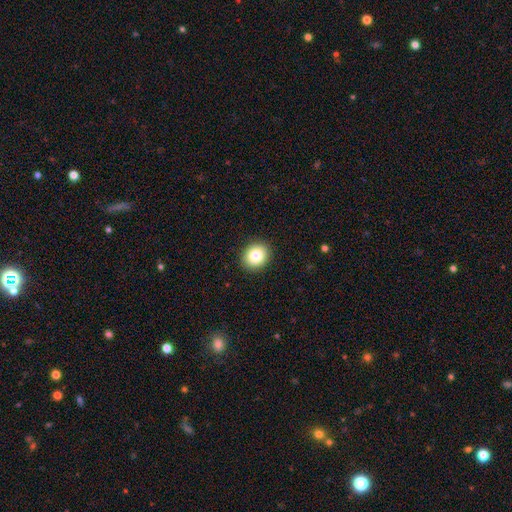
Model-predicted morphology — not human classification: This is clearly a smooth galaxy (83%). How rounded: likely round (70%). Merging: clearly none (91%).